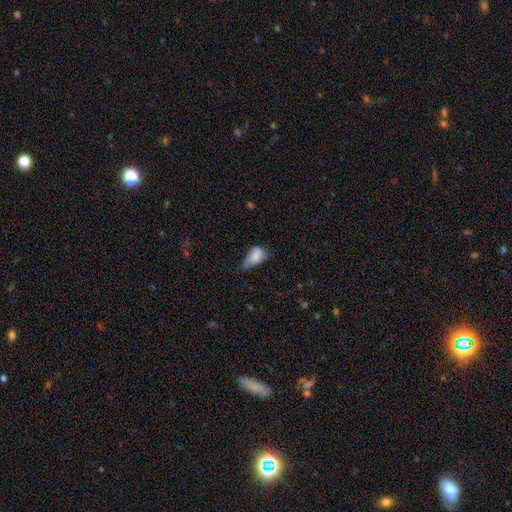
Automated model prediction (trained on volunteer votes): Smooth or featured: smooth — 76% (featured or disk — 15%)
How rounded: in between — 88% (round — 9%)
Merging: minor disturbance — 47% (major disturbance — 27%)